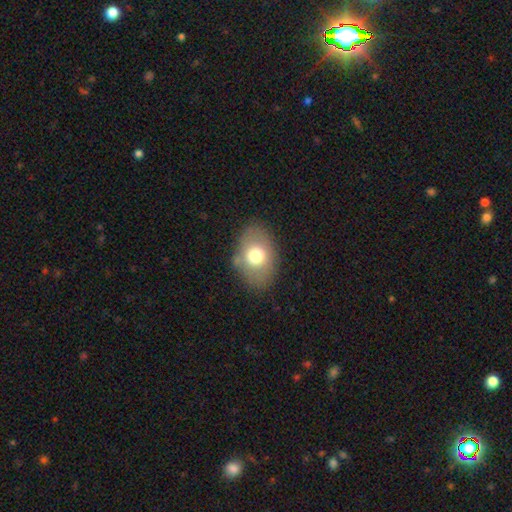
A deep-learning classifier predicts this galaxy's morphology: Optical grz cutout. It shows a smooth galaxy with no disk features (71%) that is in between round and cigar-shaped (78%). Merging: none (76%).